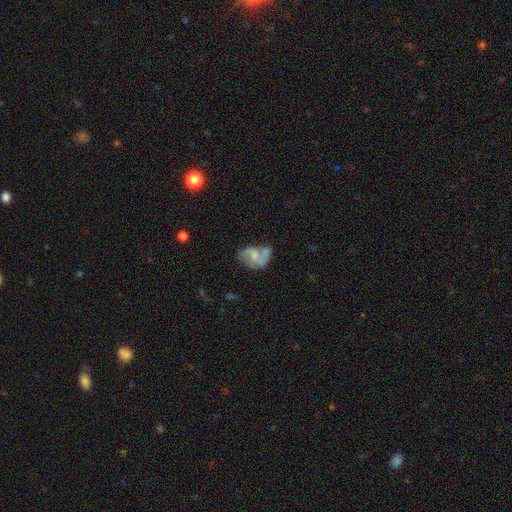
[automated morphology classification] Smooth or featured: featured or disk — 57% (smooth — 35%)
Edge-on disk: no — 97% (yes — 3%)
Bar: no — 61% (weak — 33%)
Spiral arms: yes — 72% (no — 28%)
Bulge size: moderate — 38% (small — 35%)
Merging: none — 37% (minor disturbance — 27%)